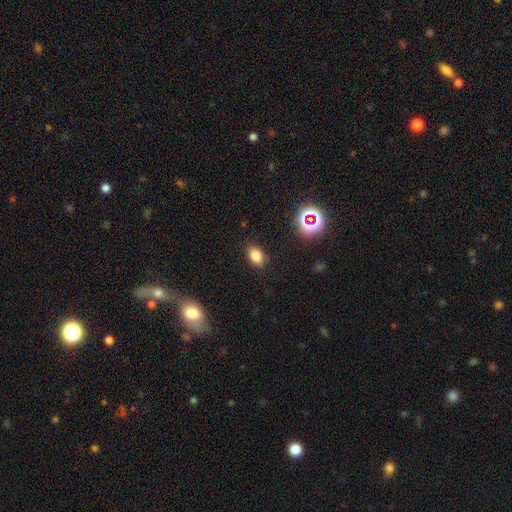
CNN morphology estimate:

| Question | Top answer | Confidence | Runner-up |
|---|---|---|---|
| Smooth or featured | smooth | 79% | star or artifact (14%) |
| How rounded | in between | 84% | round (15%) |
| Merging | none | 85% | minor disturbance (11%) |